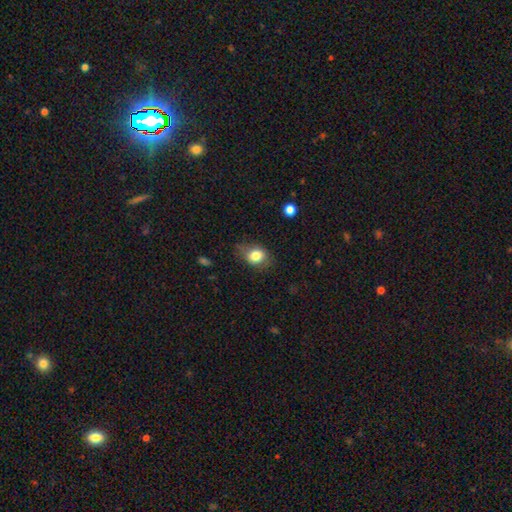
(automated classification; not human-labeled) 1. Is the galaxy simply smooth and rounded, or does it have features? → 80% smooth, 11% featured or disk, 9% star or artifact.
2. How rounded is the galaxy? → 55% in between, 44% round, 1% cigar-shaped.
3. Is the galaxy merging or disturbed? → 64% none, 26% minor disturbance, 9% major disturbance, 1% merger.